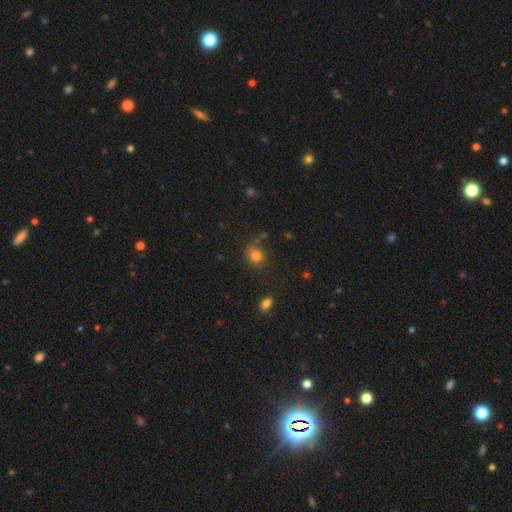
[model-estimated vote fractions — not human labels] Smooth or featured? smooth (79%)
How rounded? round (78%)
Merging? none (69%)